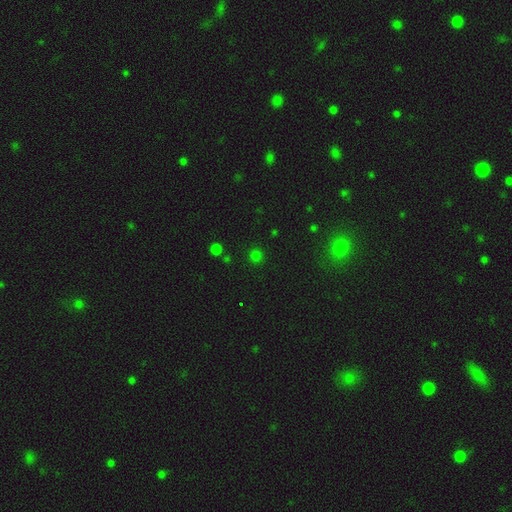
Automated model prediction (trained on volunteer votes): Smooth or featured: smooth — 71% (star or artifact — 25%)
How rounded: round — 93% (in between — 6%)
Merging: none — 89% (minor disturbance — 6%)